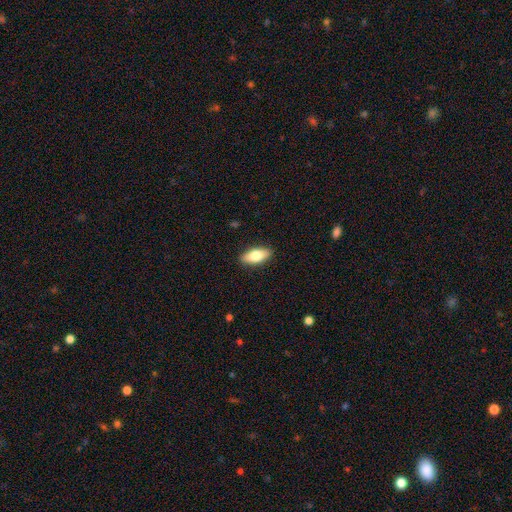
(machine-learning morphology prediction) Smooth or featured? Predicted: smooth (p=0.75). How rounded? Predicted: in between (p=0.84). Merging? Predicted: none (p=0.89).